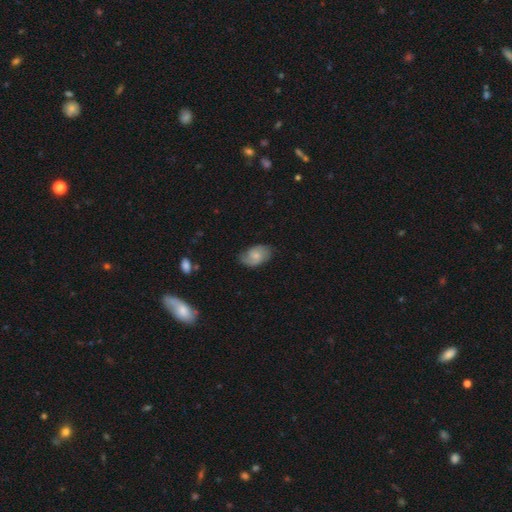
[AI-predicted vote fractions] smooth_or_featured: featured or disk (p=0.47) [alt: smooth p=0.45]
merging: none (p=0.69) [alt: minor disturbance p=0.24]